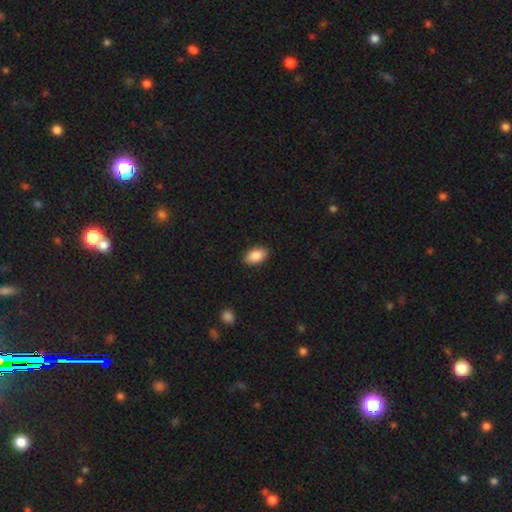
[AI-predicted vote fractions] smooth 88%, star or artifact 7%, featured or disk 5%. Down the decision tree: how rounded — in between (92%); merging — none (88%).